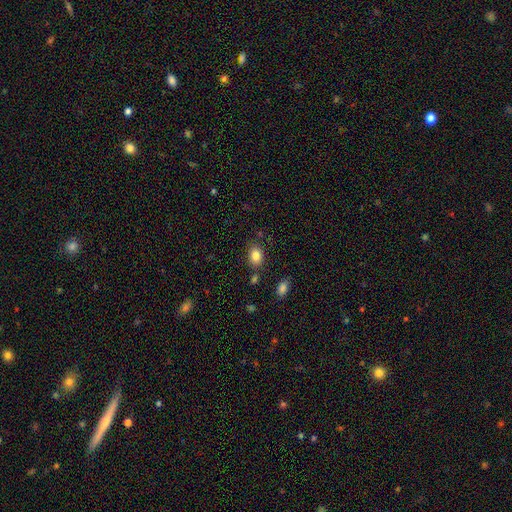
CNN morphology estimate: Smooth or featured?
  - smooth: 85% *
  - star or artifact: 9%
  - featured or disk: 6%
How rounded?
  - in between: 72% *
  - round: 27%
  - cigar-shaped: 1%
Merging?
  - none: 80% *
  - minor disturbance: 12%
  - merger: 5%
  - major disturbance: 3%